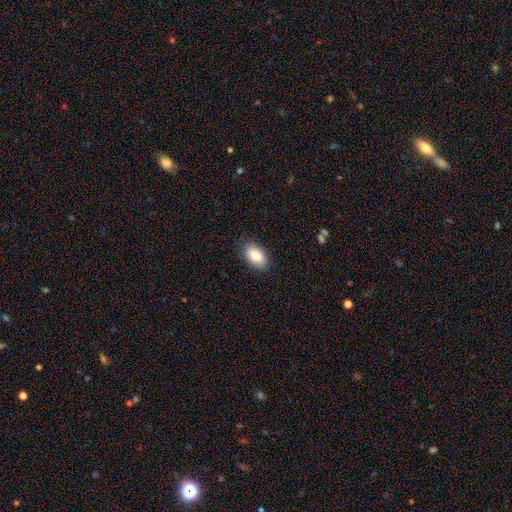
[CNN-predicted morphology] smooth_or_featured: smooth (p=0.85) [alt: featured or disk p=0.08]
how_rounded: in between (p=0.93) [alt: round p=0.05]
merging: none (p=0.84) [alt: minor disturbance p=0.12]